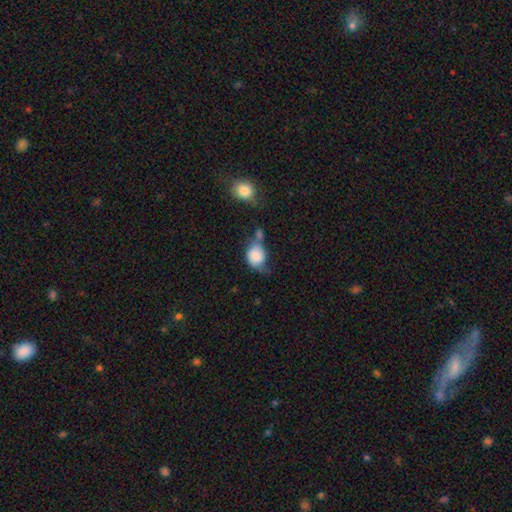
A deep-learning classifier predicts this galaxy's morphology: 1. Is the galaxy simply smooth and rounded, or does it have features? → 73% smooth, 19% featured or disk, 8% star or artifact.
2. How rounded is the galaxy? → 52% round, 47% in between, 1% cigar-shaped.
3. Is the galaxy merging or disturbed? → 29% minor disturbance, 28% none, 24% merger, 19% major disturbance.